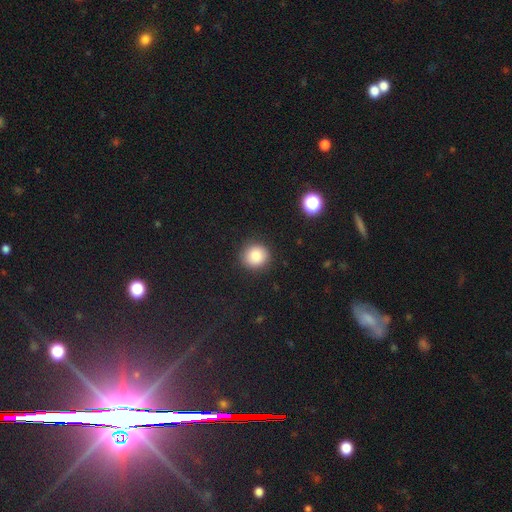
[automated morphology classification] Smooth or featured: smooth — 84% (star or artifact — 10%)
How rounded: round — 89% (in between — 10%)
Merging: none — 89% (minor disturbance — 8%)